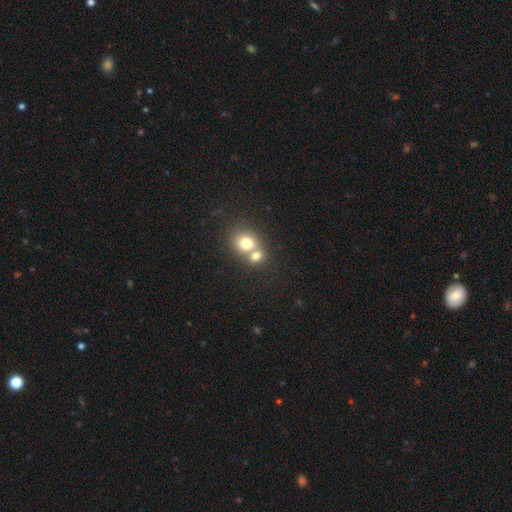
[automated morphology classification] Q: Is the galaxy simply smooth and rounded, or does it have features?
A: smooth — 75%.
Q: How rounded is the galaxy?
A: round — 67%.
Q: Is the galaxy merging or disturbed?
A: merger — 60%.